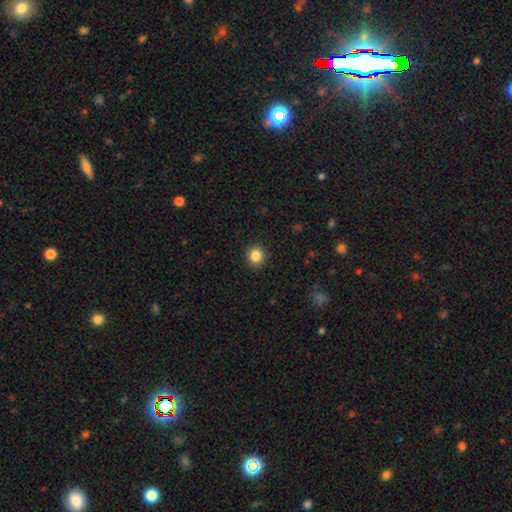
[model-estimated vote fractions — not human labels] The model was most divided on "how rounded": round: 86%, in between: 13%, cigar-shaped: 1%. More confident: merging — none (91%); smooth or featured — smooth (85%).